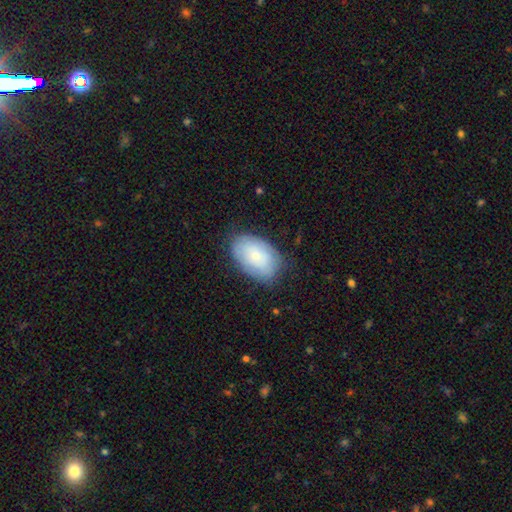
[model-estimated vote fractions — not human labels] Morphology: type=smooth (68%); roundness=in between (90%); merging=none (76%).